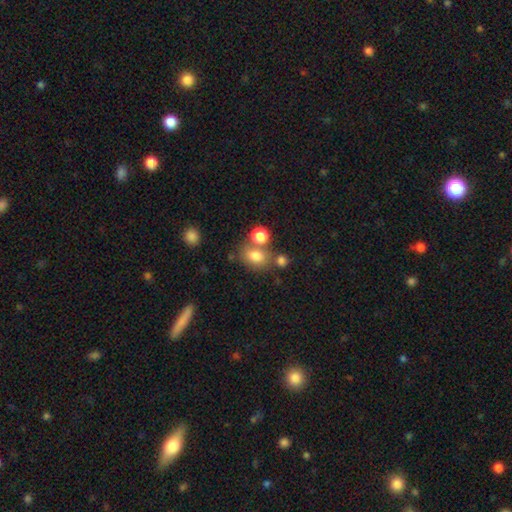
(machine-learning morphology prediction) Q: Smooth or featured?
A: smooth (77%); runner-up: star or artifact (13%)
Q: How rounded?
A: in between (55%); runner-up: round (44%)
Q: Merging?
A: none (60%); runner-up: merger (22%)